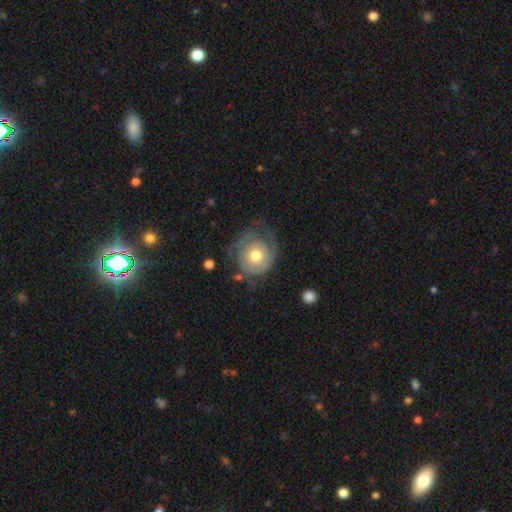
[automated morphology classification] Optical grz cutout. It shows a featured or disk galaxy (57%) with no bar (84%), spiral arms (75%) and a moderate central bulge (73%). Merging: none (48%).